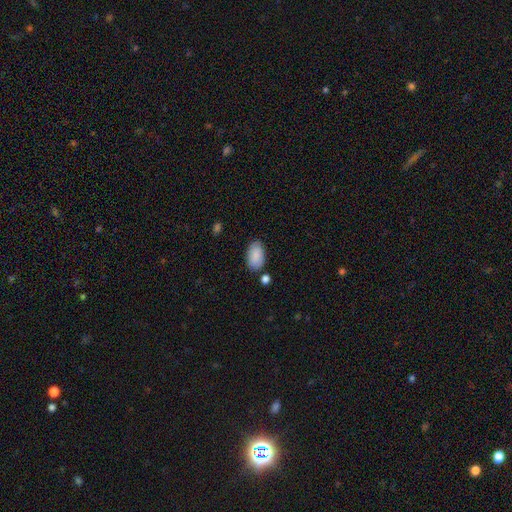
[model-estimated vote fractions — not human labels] A smooth galaxy with no disk features (88%) that is in between round and cigar-shaped (95%). Merging: none (78%).